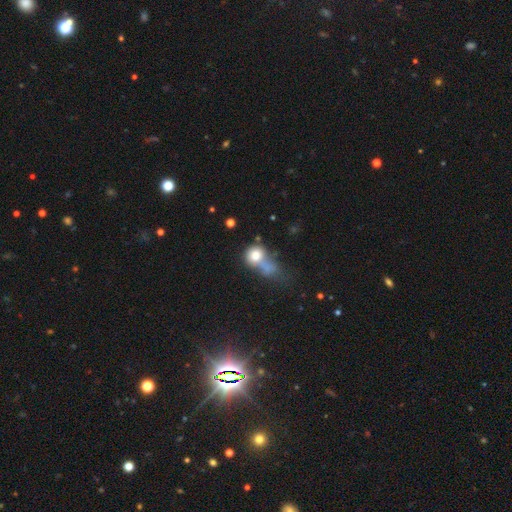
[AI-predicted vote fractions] Morphology: type=smooth (74%); roundness=round (67%); merging=merger (39%).